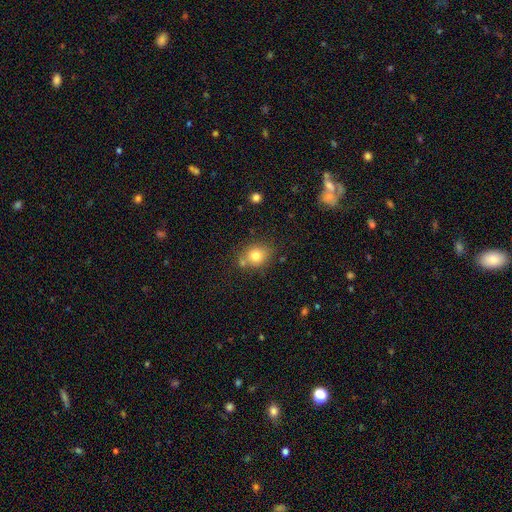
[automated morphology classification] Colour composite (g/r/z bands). It shows a smooth galaxy with no disk features (79%) that is round (70%). Merging: none (68%).